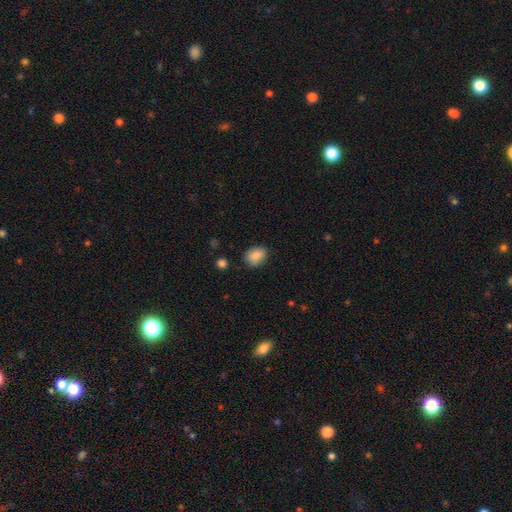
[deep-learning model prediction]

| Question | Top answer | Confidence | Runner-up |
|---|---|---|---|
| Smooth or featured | smooth | 87% | star or artifact (8%) |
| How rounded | in between | 67% | round (32%) |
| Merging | none | 77% | minor disturbance (18%) |